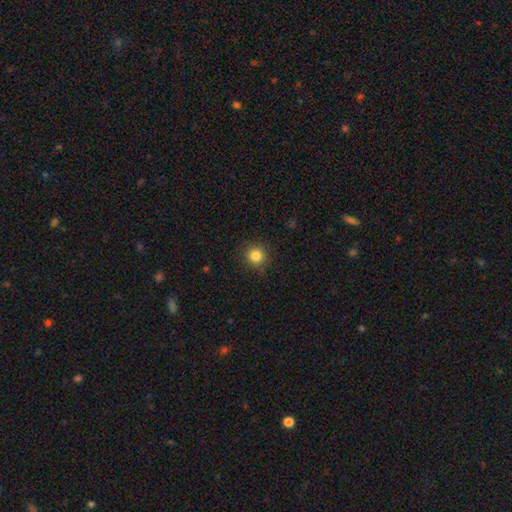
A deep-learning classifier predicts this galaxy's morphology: A smooth galaxy with no disk features (84%) that is round (94%).

Vote fractions:
- Smooth or featured? smooth: 84% / star or artifact: 12% / featured or disk: 5%
- How rounded? round: 94% / in between: 6% / cigar-shaped: 1%
- Merging? none: 90% / minor disturbance: 7% / major disturbance: 2% / merger: 1%